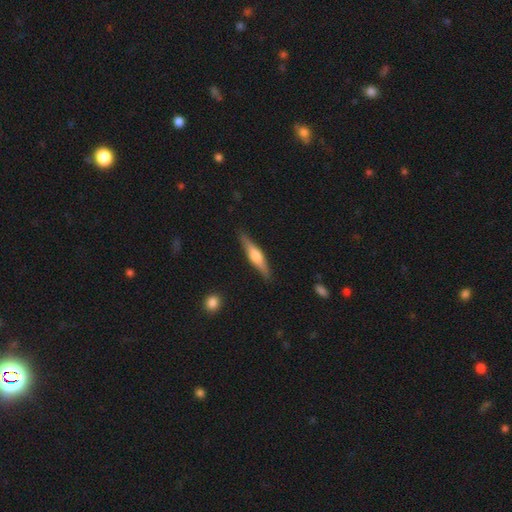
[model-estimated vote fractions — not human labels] Smooth or featured?
  - featured or disk: 57% *
  - smooth: 37%
  - star or artifact: 5%
Edge-on disk?
  - yes: 96% *
  - no: 4%
Edge-on bulge?
  - rounded: 80% *
  - boxy: 14%
  - none: 6%
Merging?
  - none: 88% *
  - minor disturbance: 9%
  - major disturbance: 2%
  - merger: 1%